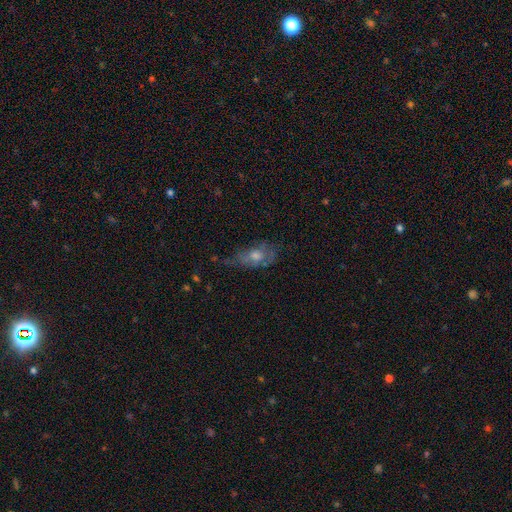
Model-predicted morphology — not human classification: This appears to be a featured or disk galaxy (45%). Merging: none (47%).